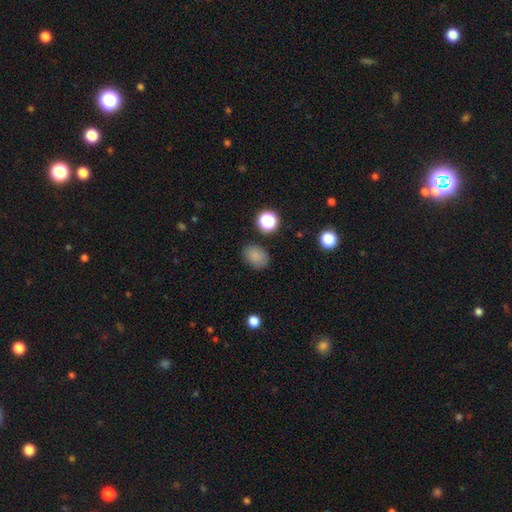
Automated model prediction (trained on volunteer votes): Morphology: type=smooth (82%); roundness=in between (71%); merging=none (82%).